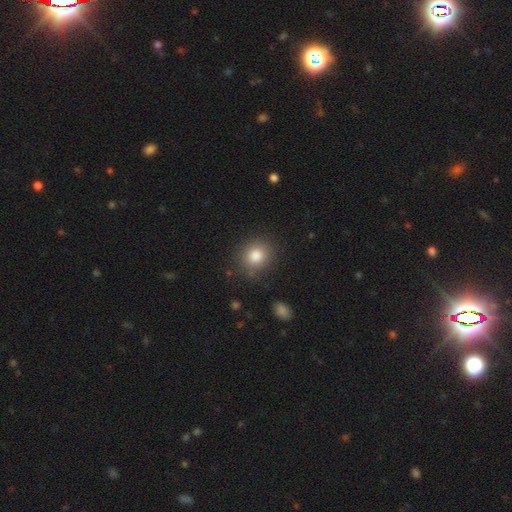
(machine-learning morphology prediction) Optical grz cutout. It shows a smooth galaxy with no disk features (83%) that is round (78%). Merging: none (86%).